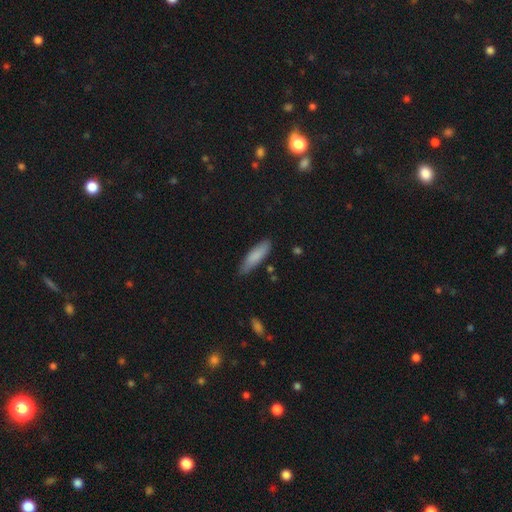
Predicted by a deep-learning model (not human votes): Q: Smooth or featured?
A: smooth (83%); runner-up: featured or disk (11%)
Q: How rounded?
A: cigar-shaped (63%); runner-up: in between (36%)
Q: Merging?
A: none (80%); runner-up: minor disturbance (16%)